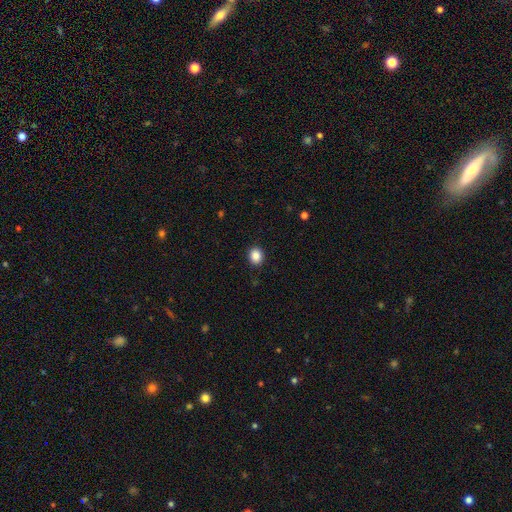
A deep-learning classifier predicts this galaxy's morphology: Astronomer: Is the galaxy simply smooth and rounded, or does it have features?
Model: smooth — 87%.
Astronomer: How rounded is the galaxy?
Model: round — 62% (runner-up: in between, 37%).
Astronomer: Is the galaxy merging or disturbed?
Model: none — 91%.